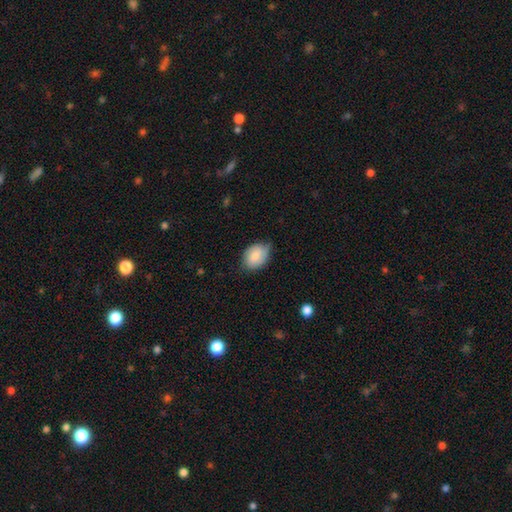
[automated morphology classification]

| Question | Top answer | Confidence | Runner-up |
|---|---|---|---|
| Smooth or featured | smooth | 81% | featured or disk (12%) |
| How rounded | in between | 75% | round (24%) |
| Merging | none | 60% | minor disturbance (33%) |